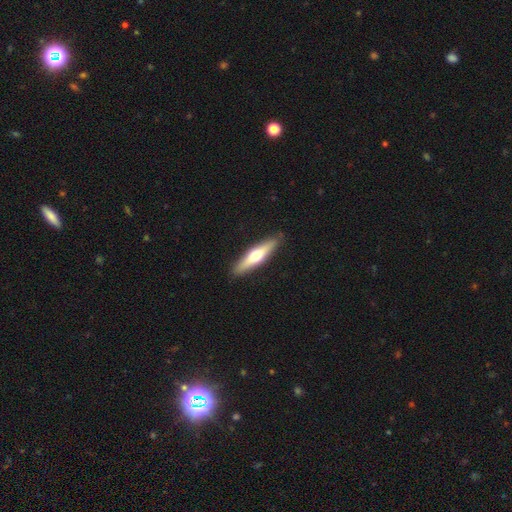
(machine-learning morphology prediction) A featured or disk galaxy (48%). Merging: none (89%).